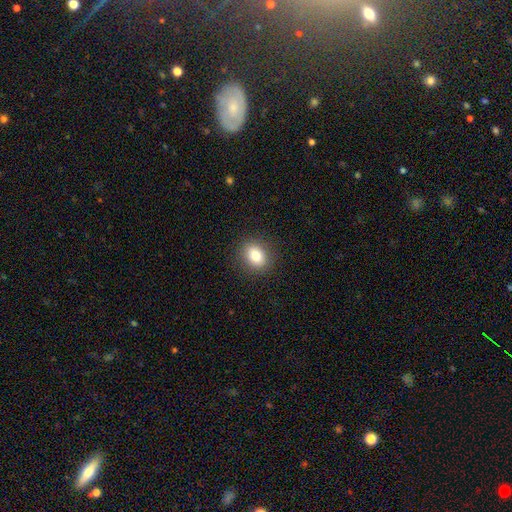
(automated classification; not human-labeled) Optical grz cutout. It shows a smooth galaxy with no disk features (81%) that is round (54%). Merging: none (89%).